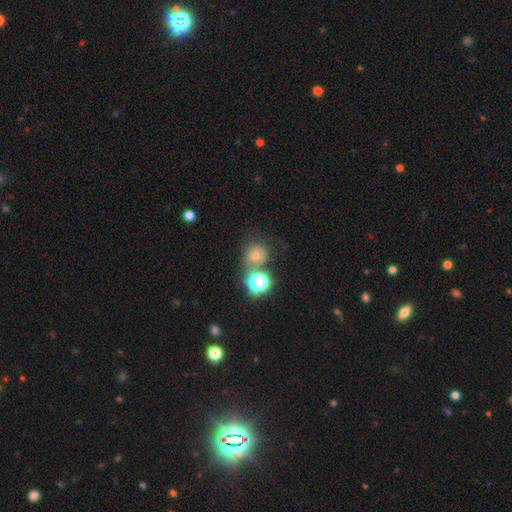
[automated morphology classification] type=smooth (59%); roundness=round (87%); merging=none (63%).